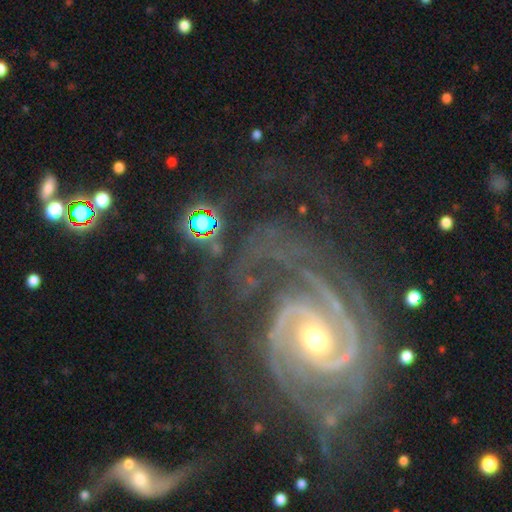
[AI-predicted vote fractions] smooth_or_featured: featured or disk (p=0.91) [alt: star or artifact p=0.06]
disk_edge_on: no (p=0.97) [alt: yes p=0.03]
bar: no (p=0.49) [alt: weak p=0.31]
has_spiral_arms: yes (p=0.98) [alt: no p=0.02]
spiral_winding: tight (p=0.64) [alt: medium p=0.31]
spiral_arm_count: 2 (p=0.58) [alt: 3 p=0.16]
bulge_size: moderate (p=0.58) [alt: small p=0.35]
merging: none (p=0.53) [alt: major disturbance p=0.21]